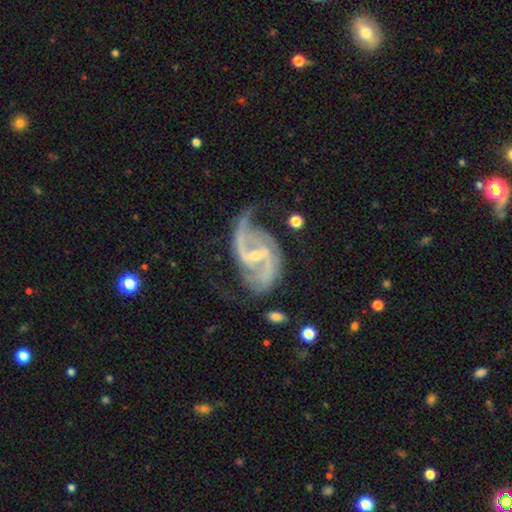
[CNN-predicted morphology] type=featured or disk (91%); edge-on=no (98%); bar=weak (47%); spiral arms=yes (97%); winding=medium (48%); arm count=2 (82%); bulge=small (68%); merging=none (54%).